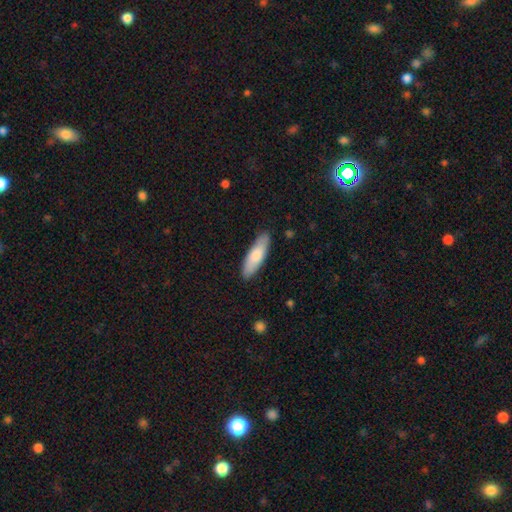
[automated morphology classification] Smooth or featured: smooth — 78% (featured or disk — 17%)
How rounded: cigar-shaped — 52% (in between — 46%)
Merging: none — 87% (minor disturbance — 10%)